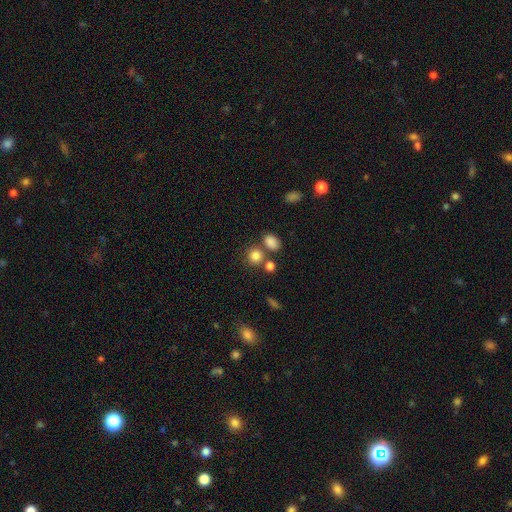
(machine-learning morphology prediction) The model was most divided on "merging": none: 65%, merger: 21%, minor disturbance: 10%, major disturbance: 4%. More confident: how rounded — round (82%); smooth or featured — smooth (81%).